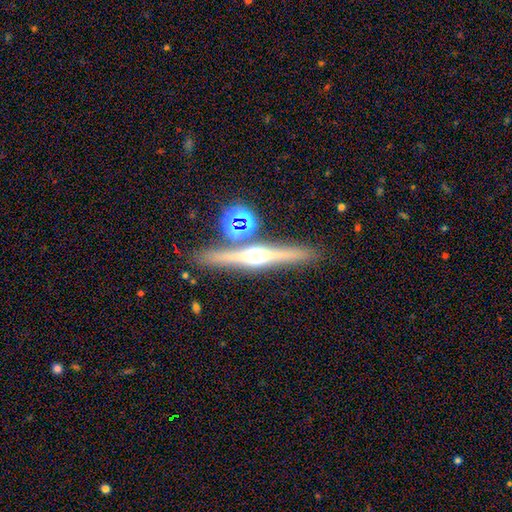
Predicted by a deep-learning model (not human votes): featured or disk 75%, smooth 15%, star or artifact 10%. Down the decision tree: edge-on disk — yes (97%); edge-on bulge — rounded (94%); merging — none (84%).